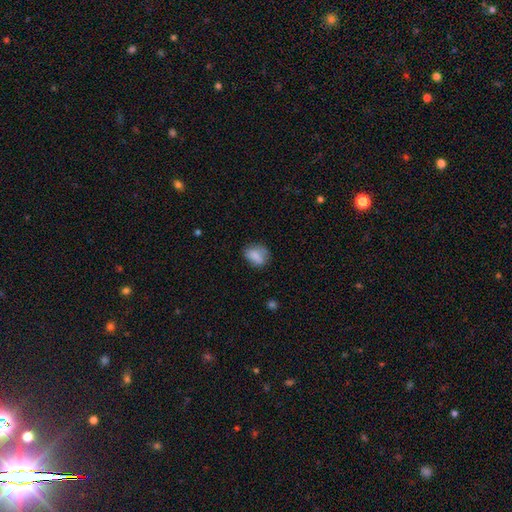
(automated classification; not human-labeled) smooth 80%, featured or disk 11%, star or artifact 9%. Down the decision tree: how rounded — in between (69%); merging — none (62%).